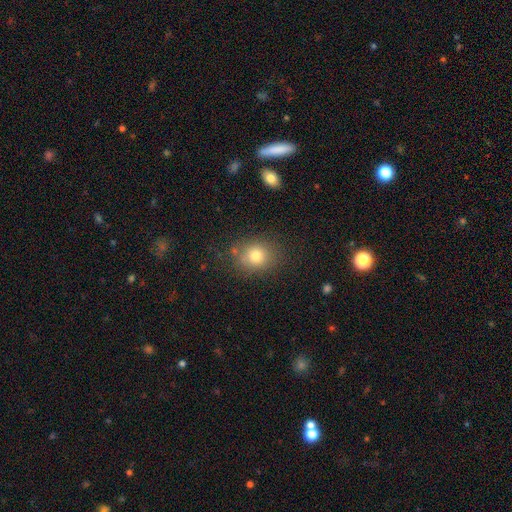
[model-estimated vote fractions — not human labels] Smooth or featured? Predicted: smooth (p=0.77). How rounded? Predicted: round (p=0.71). Merging? Predicted: none (p=0.78).